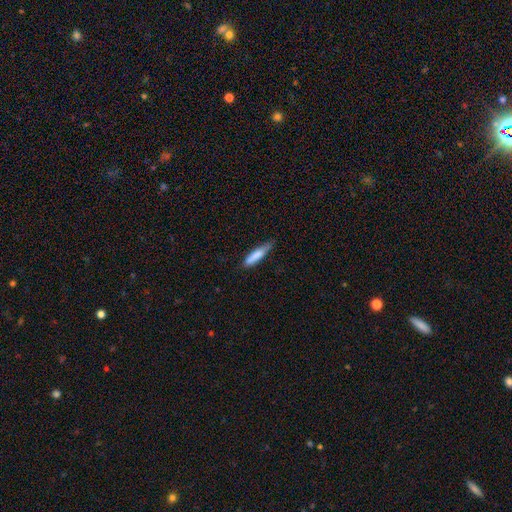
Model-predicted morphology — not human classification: smooth 79%, featured or disk 15%, star or artifact 6%. Down the decision tree: how rounded — cigar-shaped (83%); merging — none (65%).